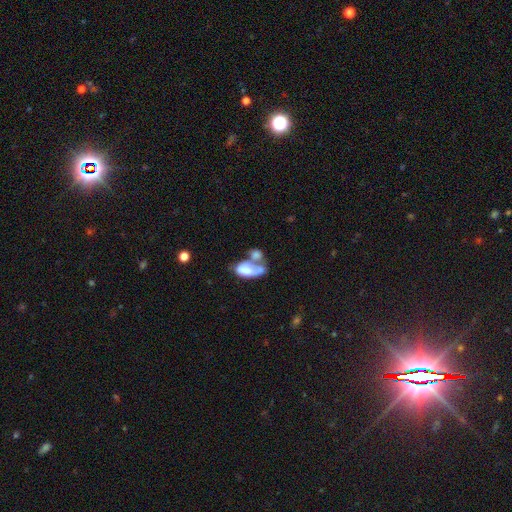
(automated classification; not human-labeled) Smooth or featured: smooth — 54% (featured or disk — 36%)
How rounded: in between — 88% (round — 7%)
Merging: merger — 63% (major disturbance — 17%)